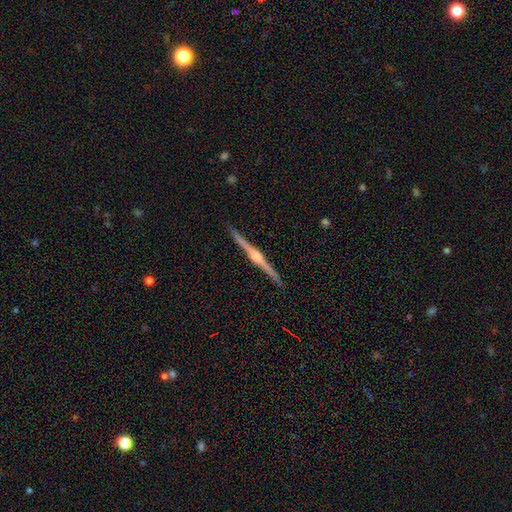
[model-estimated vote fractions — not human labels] Overall: featured or disk (88%). Edge-on disk: yes (99%). Edge-on bulge: rounded (91%). Merging: none (93%).